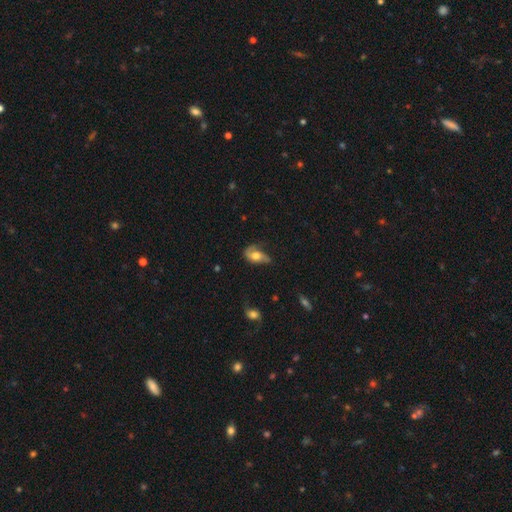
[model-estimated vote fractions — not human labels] This is possibly a featured or disk galaxy (47%). Merging: marginally none (37%).